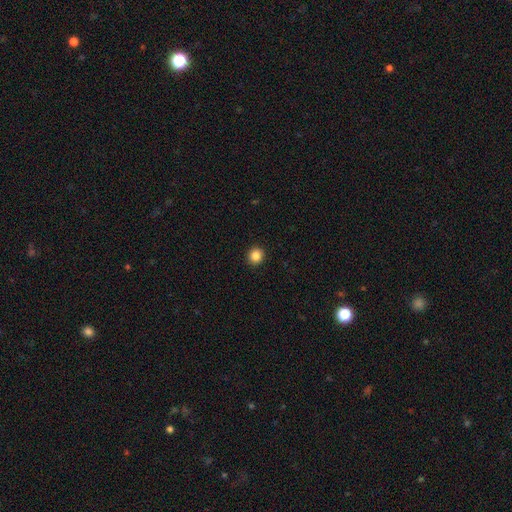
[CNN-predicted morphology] This is clearly a smooth galaxy (86%). How rounded: clearly round (92%). Merging: clearly none (93%).